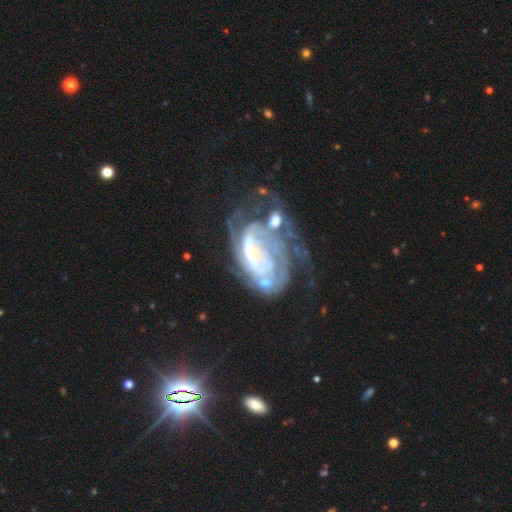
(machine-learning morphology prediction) Smooth or featured? Predicted: featured or disk (p=0.78). Edge-on disk? Predicted: no (p=0.97). Bar? Predicted: no (p=0.54). Spiral arms? Predicted: yes (p=0.74). Spiral winding? Predicted: tight (p=0.46). Spiral arm count? Predicted: can't tell (p=0.41). Bulge size? Predicted: none (p=0.46). Merging? Predicted: major disturbance (p=0.42).